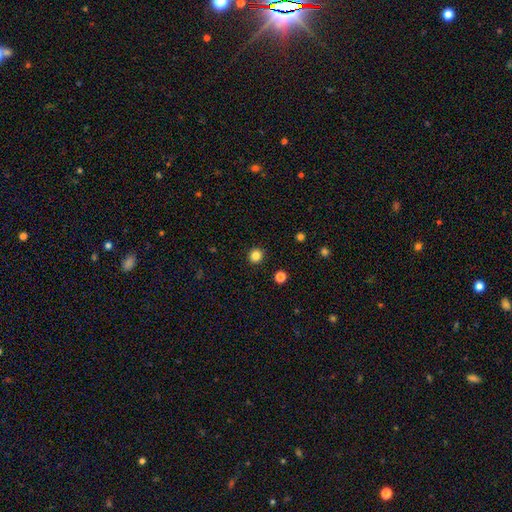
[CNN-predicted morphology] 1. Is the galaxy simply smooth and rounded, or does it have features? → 85% smooth, 12% star or artifact, 4% featured or disk.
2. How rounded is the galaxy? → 93% round, 6% in between, 1% cigar-shaped.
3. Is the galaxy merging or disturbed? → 93% none, 4% minor disturbance, 2% major disturbance, 1% merger.